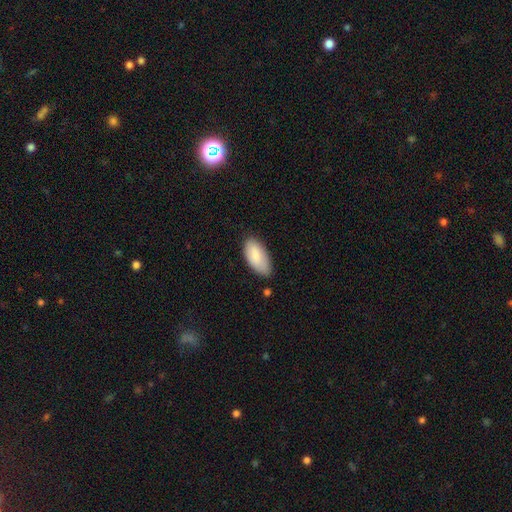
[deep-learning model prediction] A smooth galaxy with no disk features (84%) that is in between round and cigar-shaped (93%). Merging: none (73%).